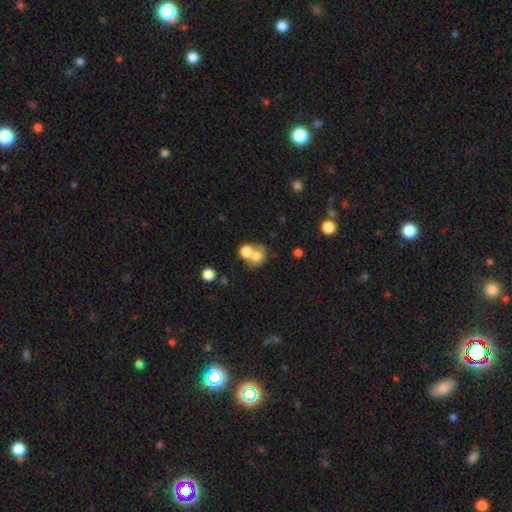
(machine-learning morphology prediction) Smooth or featured?
  - smooth: 70% *
  - featured or disk: 19%
  - star or artifact: 11%
How rounded?
  - round: 66% *
  - in between: 33%
  - cigar-shaped: 1%
Merging?
  - merger: 54% *
  - none: 32%
  - minor disturbance: 9%
  - major disturbance: 5%